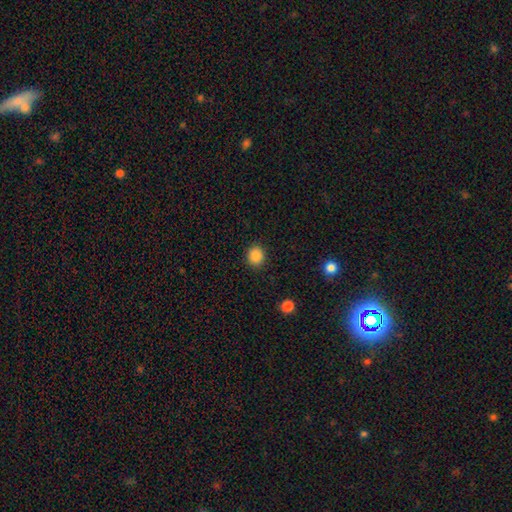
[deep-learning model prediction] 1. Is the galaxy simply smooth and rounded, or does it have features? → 87% smooth, 10% star or artifact, 3% featured or disk.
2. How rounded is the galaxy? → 82% round, 17% in between, 1% cigar-shaped.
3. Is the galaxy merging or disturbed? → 91% none, 6% minor disturbance, 2% major disturbance, 1% merger.